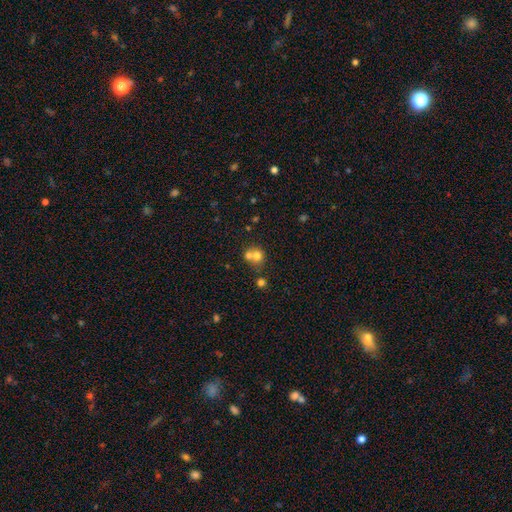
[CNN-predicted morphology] Smooth or featured: smooth — 70% (featured or disk — 17%)
How rounded: round — 81% (in between — 18%)
Merging: merger — 56% (none — 35%)